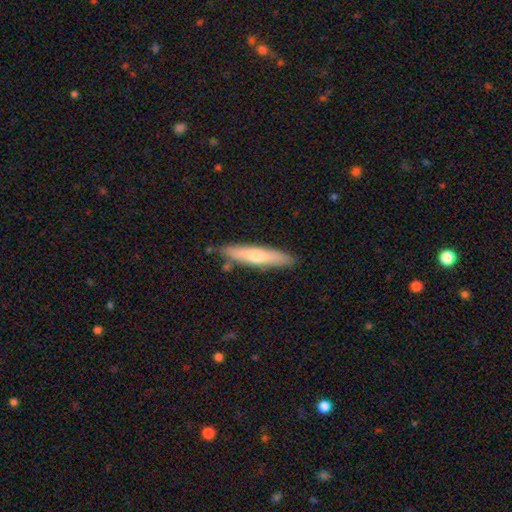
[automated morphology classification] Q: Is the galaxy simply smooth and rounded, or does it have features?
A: smooth — 57%.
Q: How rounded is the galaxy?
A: cigar-shaped — 86%.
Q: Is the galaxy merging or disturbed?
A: none — 83%.